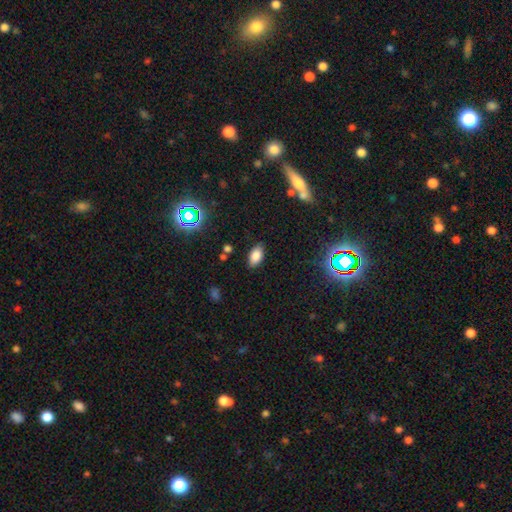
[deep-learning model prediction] smooth_or_featured: smooth (p=0.82) [alt: star or artifact p=0.11]
how_rounded: in between (p=0.93) [alt: round p=0.05]
merging: none (p=0.84) [alt: minor disturbance p=0.11]